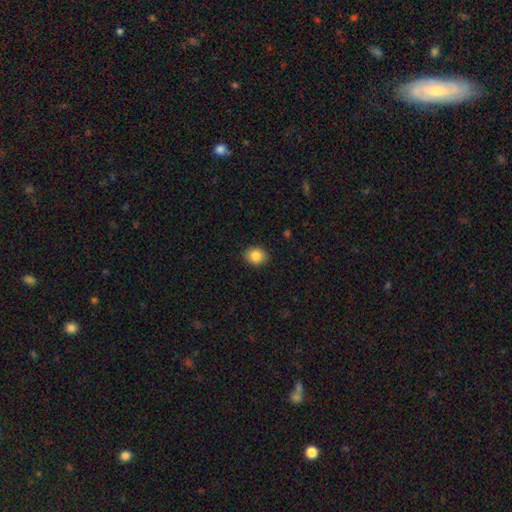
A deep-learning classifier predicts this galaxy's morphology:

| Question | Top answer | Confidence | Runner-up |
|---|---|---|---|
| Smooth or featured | smooth | 85% | star or artifact (9%) |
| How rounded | round | 64% | in between (35%) |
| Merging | none | 91% | minor disturbance (6%) |